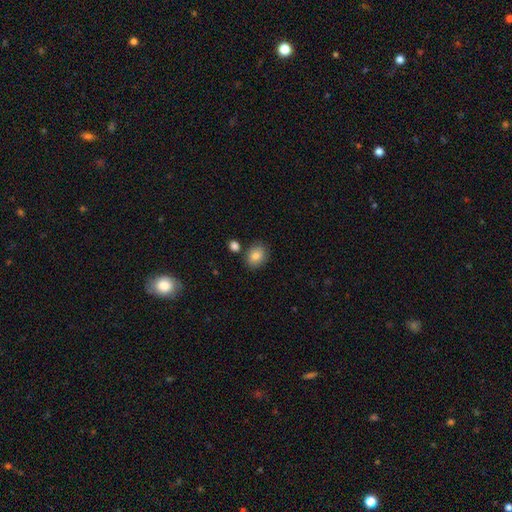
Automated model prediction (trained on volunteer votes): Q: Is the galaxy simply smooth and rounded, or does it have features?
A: smooth — 84%.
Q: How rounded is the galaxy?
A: in between — 51%.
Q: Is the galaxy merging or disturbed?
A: none — 80%.